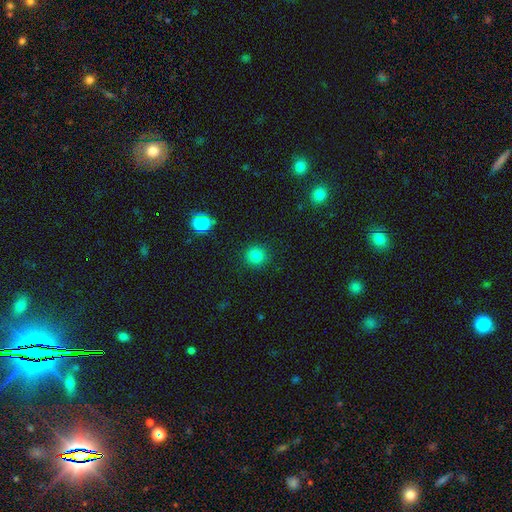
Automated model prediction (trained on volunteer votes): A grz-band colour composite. It shows a smooth galaxy with no disk features (83%) that is round (94%). Merging: none (91%).